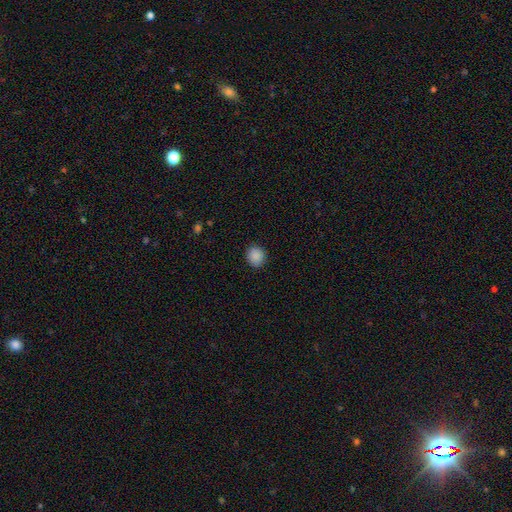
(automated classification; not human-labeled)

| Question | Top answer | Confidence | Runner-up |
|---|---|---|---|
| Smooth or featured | smooth | 89% | star or artifact (9%) |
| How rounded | round | 87% | in between (12%) |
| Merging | none | 90% | minor disturbance (7%) |